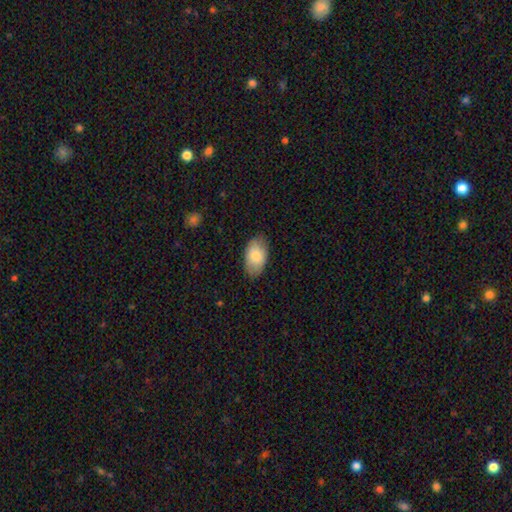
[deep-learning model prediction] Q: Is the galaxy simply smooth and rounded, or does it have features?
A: smooth — 81%.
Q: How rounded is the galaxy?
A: in between — 94%.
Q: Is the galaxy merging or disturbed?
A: none — 82%.